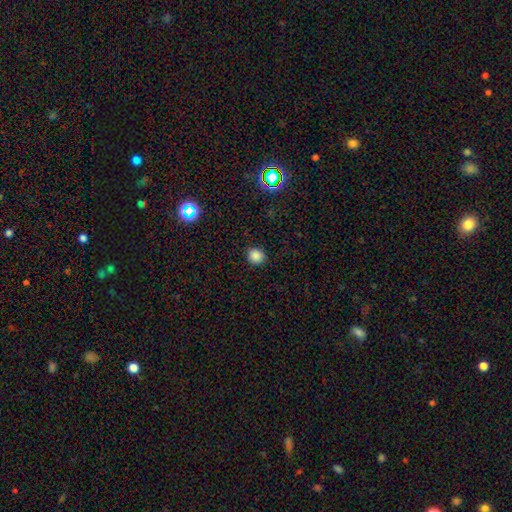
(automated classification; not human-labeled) Morphology: type=smooth (84%); roundness=round (74%); merging=none (88%).